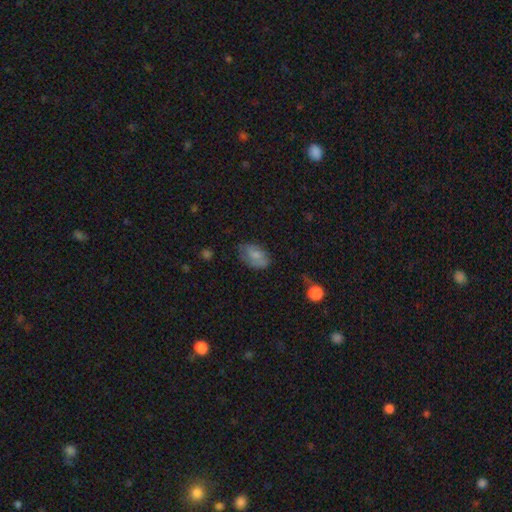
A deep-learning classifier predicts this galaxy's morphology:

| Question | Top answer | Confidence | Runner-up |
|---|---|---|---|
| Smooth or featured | smooth | 72% | featured or disk (20%) |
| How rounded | in between | 88% | round (10%) |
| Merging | none | 58% | minor disturbance (30%) |